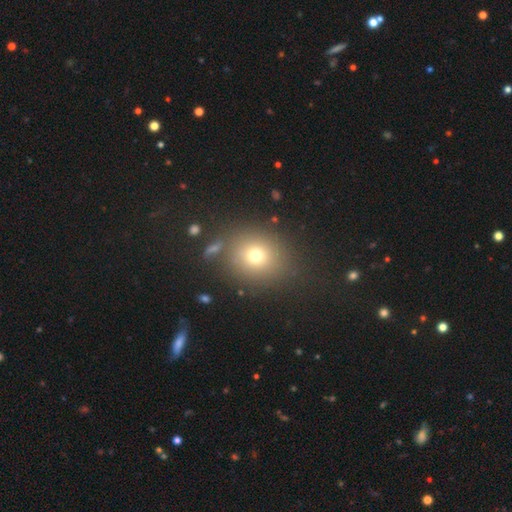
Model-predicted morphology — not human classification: The model was most divided on "smooth or featured": smooth: 71%, star or artifact: 17%, featured or disk: 12%. More confident: merging — none (81%); how rounded — round (78%).